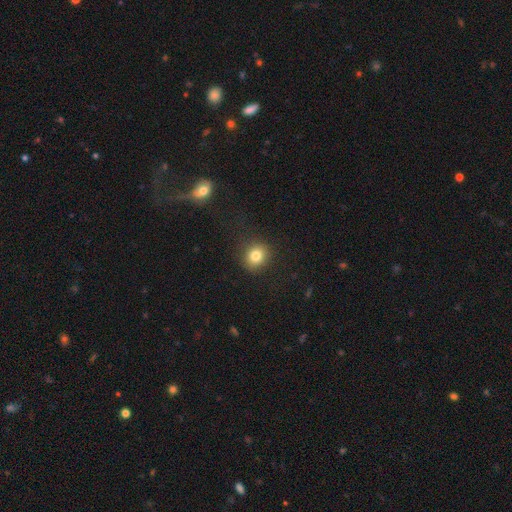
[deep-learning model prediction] Morphology: type=smooth (81%); roundness=round (80%); merging=none (88%).